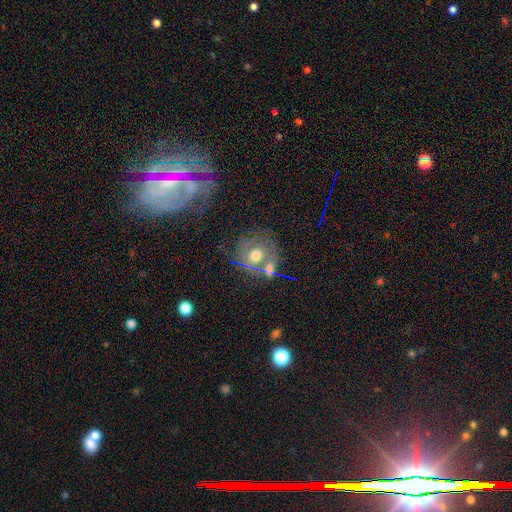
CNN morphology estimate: Smooth or featured: featured or disk — 48% (smooth — 38%)
Merging: none — 50% (merger — 22%)